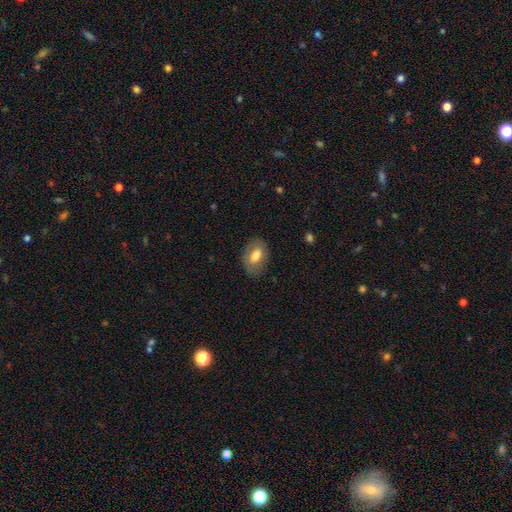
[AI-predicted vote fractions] smooth 67%, featured or disk 26%, star or artifact 7%. Down the decision tree: how rounded — in between (88%); merging — none (80%).